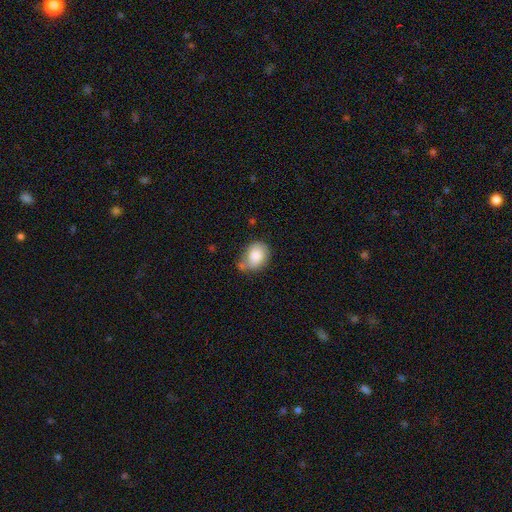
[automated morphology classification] Smooth or featured?
  - smooth: 82% *
  - featured or disk: 10%
  - star or artifact: 7%
How rounded?
  - in between: 60% *
  - round: 39%
  - cigar-shaped: 1%
Merging?
  - none: 48% *
  - minor disturbance: 32%
  - merger: 12%
  - major disturbance: 8%